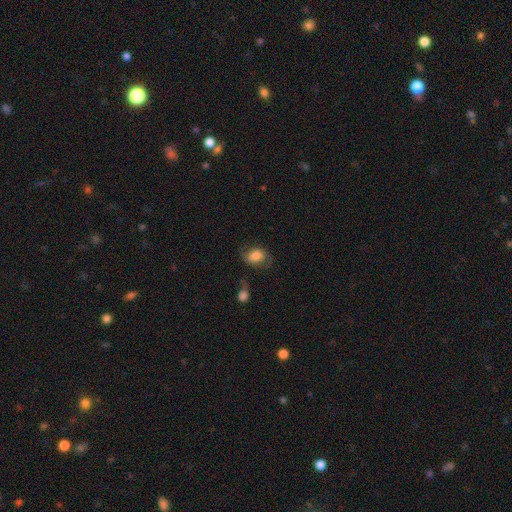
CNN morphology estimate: A smooth galaxy with no disk features (65%) that is in between round and cigar-shaped (61%). Merging: none (50%).